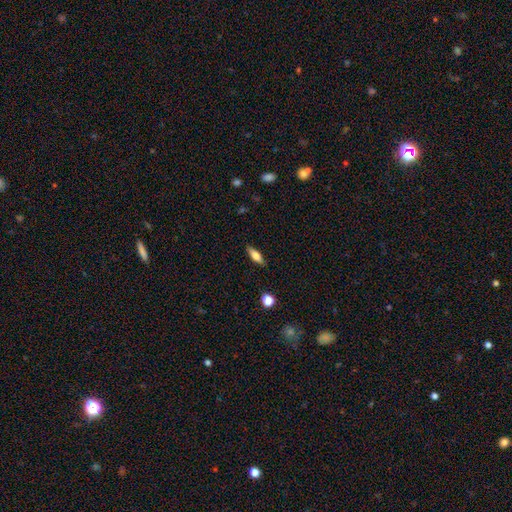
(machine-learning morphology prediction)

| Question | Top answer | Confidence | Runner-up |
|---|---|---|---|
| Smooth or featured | smooth | 65% | featured or disk (27%) |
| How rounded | in between | 55% | cigar-shaped (42%) |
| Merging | none | 86% | minor disturbance (10%) |